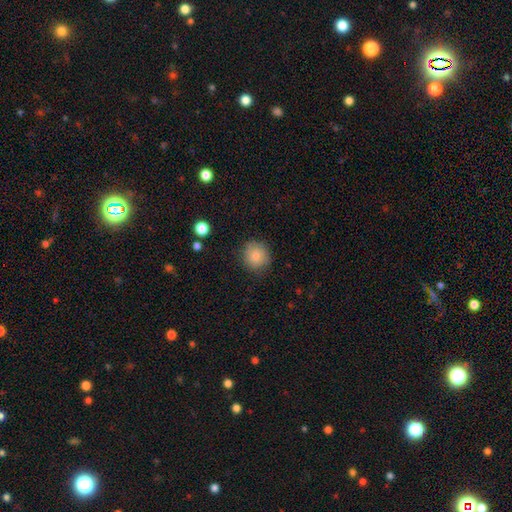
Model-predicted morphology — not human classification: Overall: smooth (84%). How rounded: round (88%). Merging: none (80%).